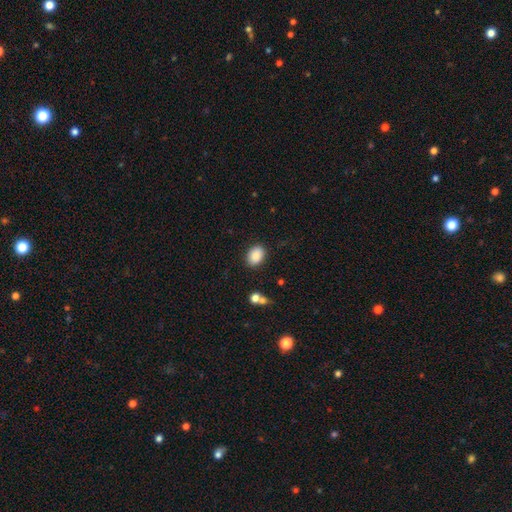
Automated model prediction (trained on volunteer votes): Smooth or featured: smooth — 87% (star or artifact — 8%)
How rounded: in between — 79% (round — 20%)
Merging: none — 86% (minor disturbance — 9%)